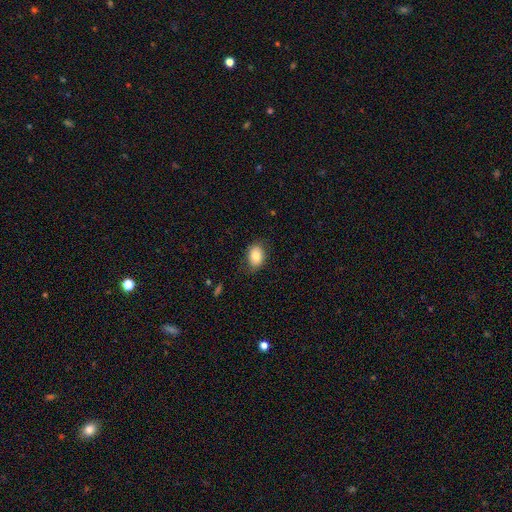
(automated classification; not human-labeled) A smooth galaxy with no disk features (82%) that is in between round and cigar-shaped (77%).

Vote fractions:
- Smooth or featured? smooth: 82% / featured or disk: 10% / star or artifact: 8%
- How rounded? in between: 77% / round: 22% / cigar-shaped: 1%
- Merging? none: 77% / minor disturbance: 18% / major disturbance: 5% / merger: 1%